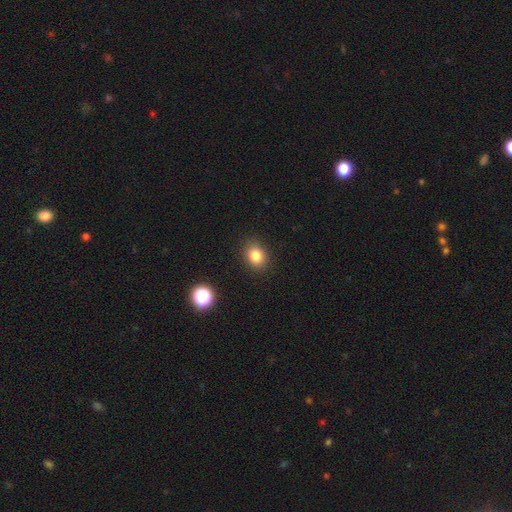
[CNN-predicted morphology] smooth-or-featured: smooth: 83% | star or artifact: 11% | featured or disk: 6%
  how-rounded: round: 51% | in between: 48% | cigar-shaped: 1%
  merging: none: 87% | minor disturbance: 9% | major disturbance: 2% | merger: 1%